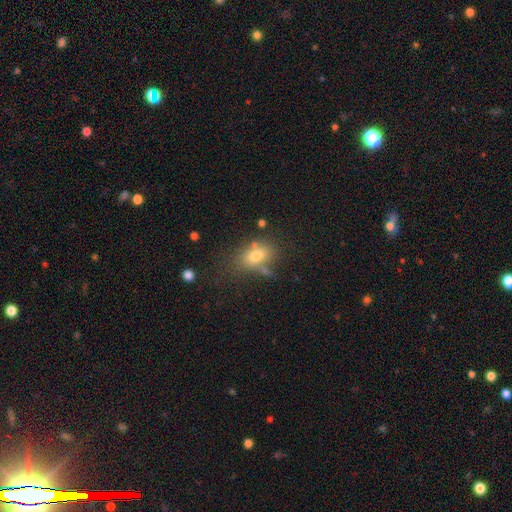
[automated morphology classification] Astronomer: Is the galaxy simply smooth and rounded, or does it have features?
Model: smooth — 68%.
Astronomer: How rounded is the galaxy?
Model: in between — 76%.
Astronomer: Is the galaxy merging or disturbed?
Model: none — 52%.